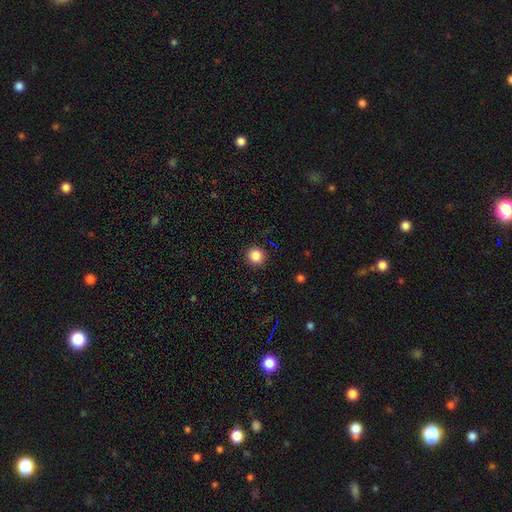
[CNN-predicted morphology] smooth-or-featured: smooth: 85% | star or artifact: 11% | featured or disk: 4%
  how-rounded: round: 94% | in between: 5% | cigar-shaped: 1%
  merging: none: 91% | minor disturbance: 6% | major disturbance: 2% | merger: 1%